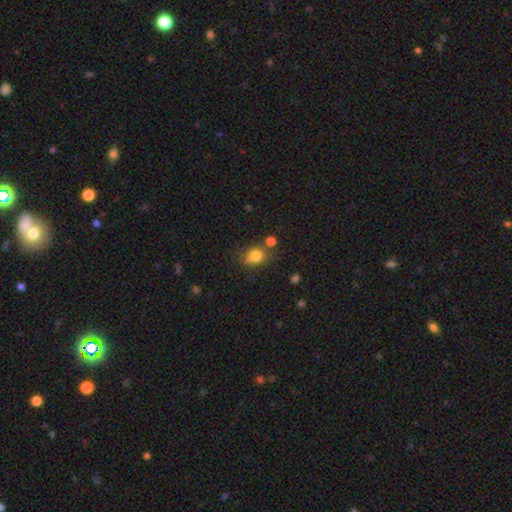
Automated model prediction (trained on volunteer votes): This is clearly a smooth galaxy (82%). How rounded: possibly round (53%). Merging: likely none (67%).